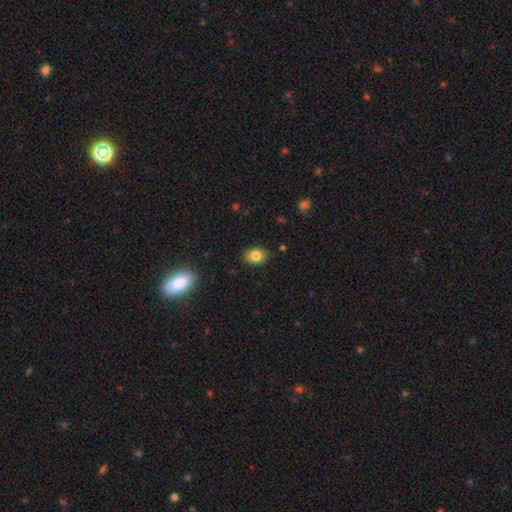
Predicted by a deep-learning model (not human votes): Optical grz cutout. It shows a smooth galaxy with no disk features (82%) that is in between round and cigar-shaped (75%). Merging: none (86%).